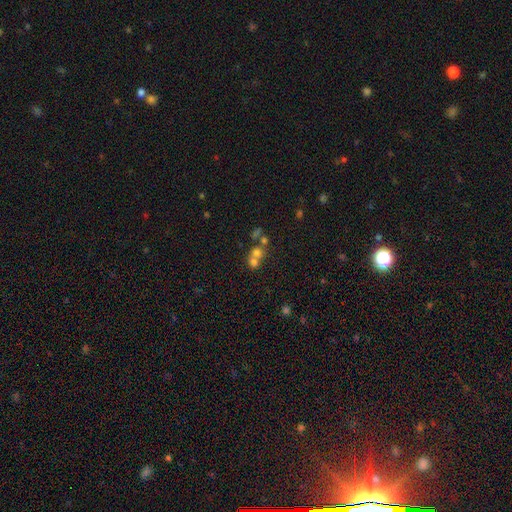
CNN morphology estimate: Smooth or featured? smooth (62%)
How rounded? round (81%)
Merging? merger (59%)